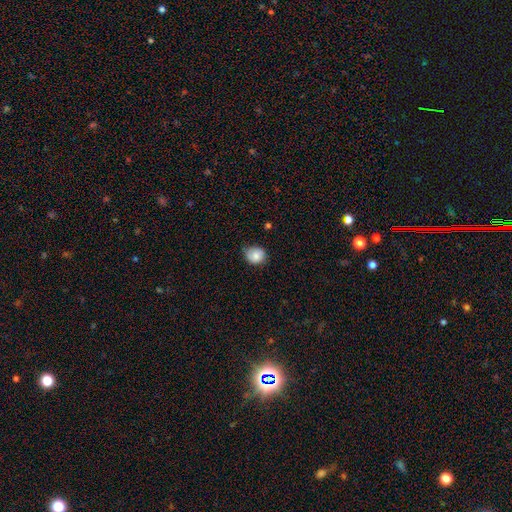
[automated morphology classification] smooth-or-featured: smooth: 78% | featured or disk: 14% | star or artifact: 8%
  how-rounded: round: 69% | in between: 31% | cigar-shaped: 1%
  merging: none: 64% | minor disturbance: 29% | major disturbance: 5% | merger: 1%